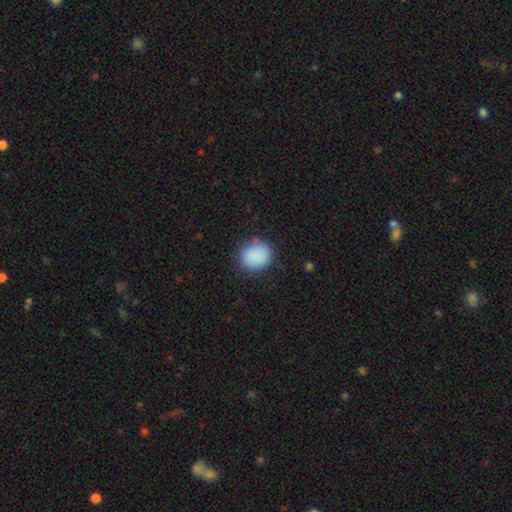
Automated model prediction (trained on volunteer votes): Smooth or featured? Predicted: smooth (p=0.87). How rounded? Predicted: round (p=0.73). Merging? Predicted: none (p=0.79).